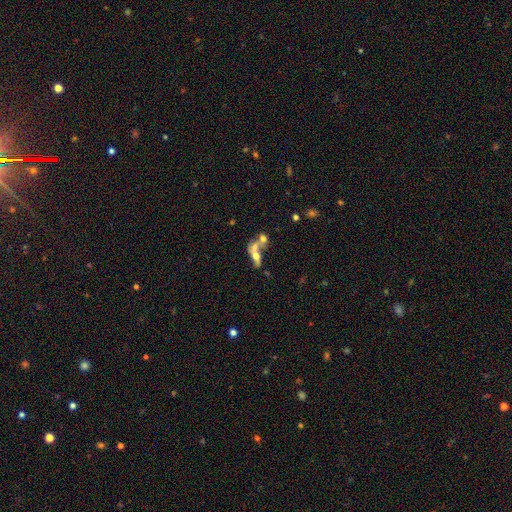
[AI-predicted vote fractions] featured or disk 52%, smooth 35%, star or artifact 13%. Down the decision tree: edge-on disk — no (80%); merging — merger (58%).